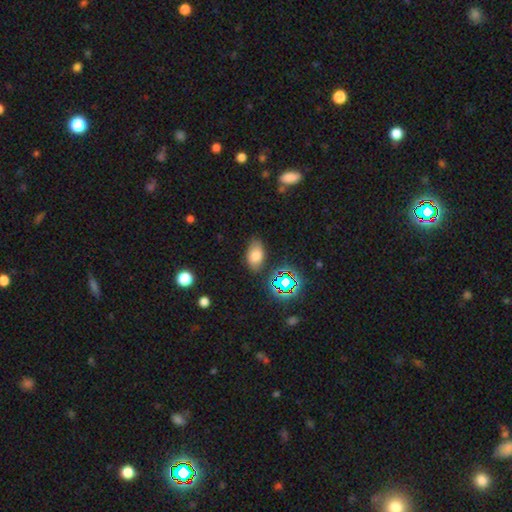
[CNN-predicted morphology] smooth 71%, star or artifact 18%, featured or disk 11%. Down the decision tree: how rounded — in between (90%); merging — none (79%).